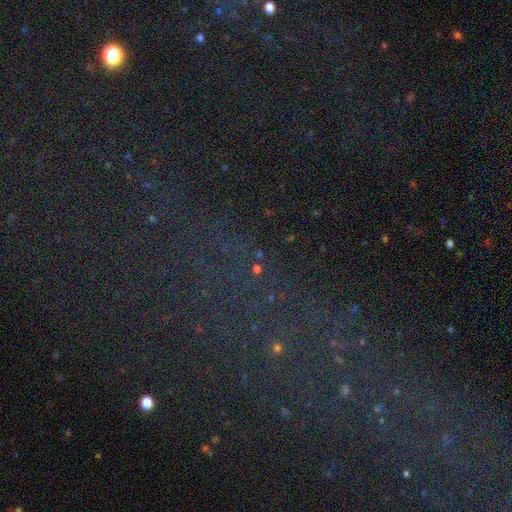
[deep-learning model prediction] Morphology: type=star or artifact (79%).